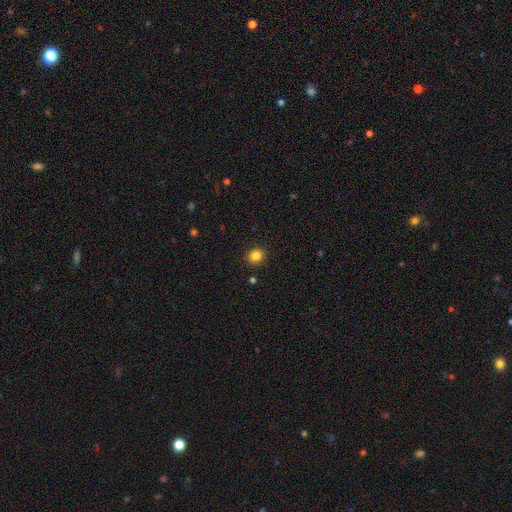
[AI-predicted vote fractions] Overall: smooth (84%). How rounded: round (84%). Merging: none (91%).